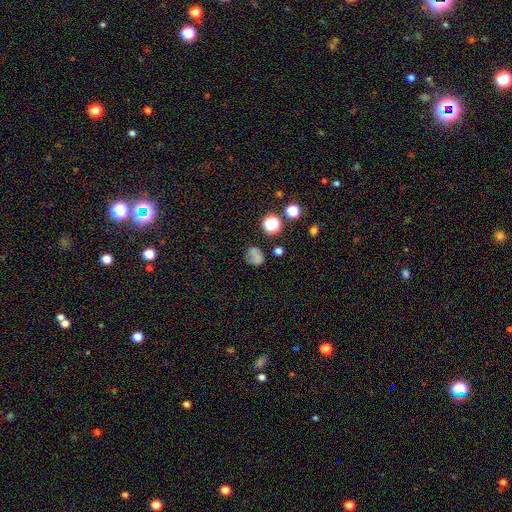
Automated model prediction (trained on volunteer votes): The model was most divided on "how rounded": round: 61%, in between: 38%, cigar-shaped: 1%. More confident: smooth or featured — smooth (64%); merging — none (56%).